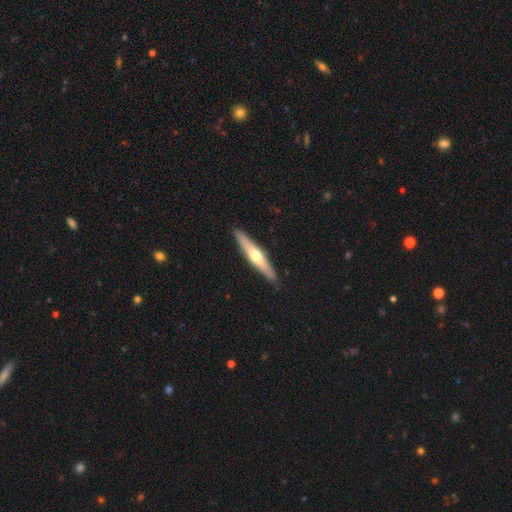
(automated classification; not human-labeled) smooth_or_featured: featured or disk (p=0.52) [alt: smooth p=0.44]
disk_edge_on: yes (p=0.94) [alt: no p=0.06]
merging: none (p=0.90) [alt: minor disturbance p=0.08]